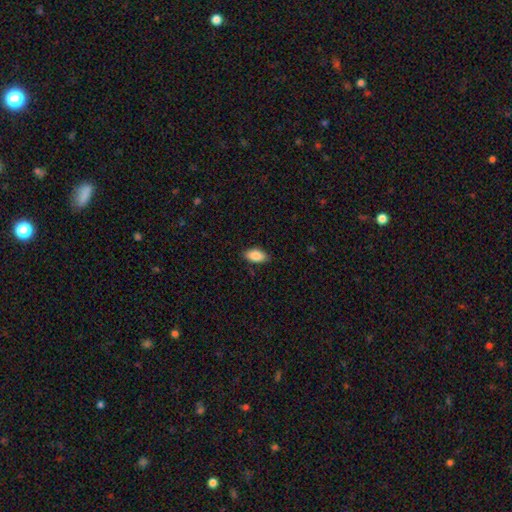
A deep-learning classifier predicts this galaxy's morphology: smooth 86%, featured or disk 7%, star or artifact 7%. Down the decision tree: how rounded — in between (93%); merging — none (86%).